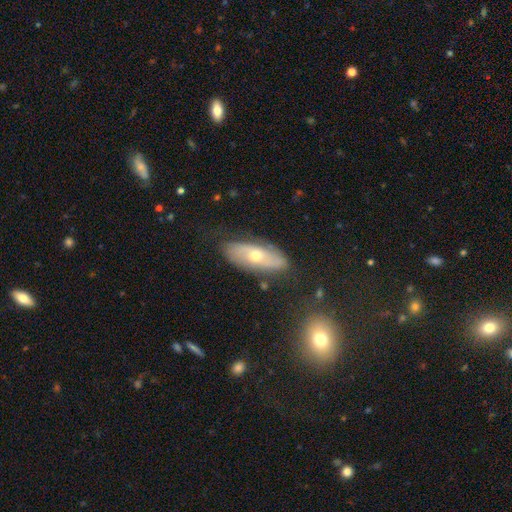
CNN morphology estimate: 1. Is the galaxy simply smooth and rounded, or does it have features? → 60% featured or disk, 32% smooth, 8% star or artifact.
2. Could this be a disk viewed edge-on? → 81% no, 19% yes.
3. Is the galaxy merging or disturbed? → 79% none, 15% minor disturbance, 4% major disturbance, 2% merger.